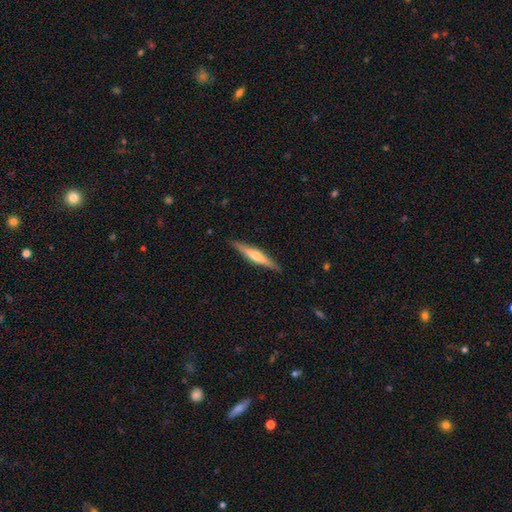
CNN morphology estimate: Smooth or featured?
  - featured or disk: 58% *
  - smooth: 37%
  - star or artifact: 5%
Edge-on disk?
  - yes: 96% *
  - no: 4%
Edge-on bulge?
  - rounded: 78% *
  - none: 12%
  - boxy: 10%
Merging?
  - none: 90% *
  - minor disturbance: 8%
  - major disturbance: 2%
  - merger: 1%